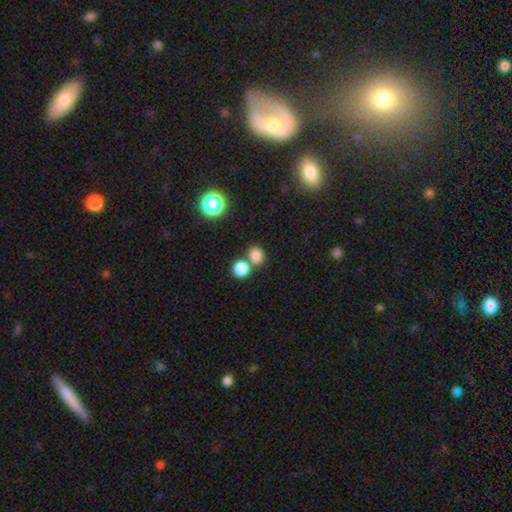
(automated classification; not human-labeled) Smooth or featured? smooth (80%)
How rounded? round (66%)
Merging? none (60%)